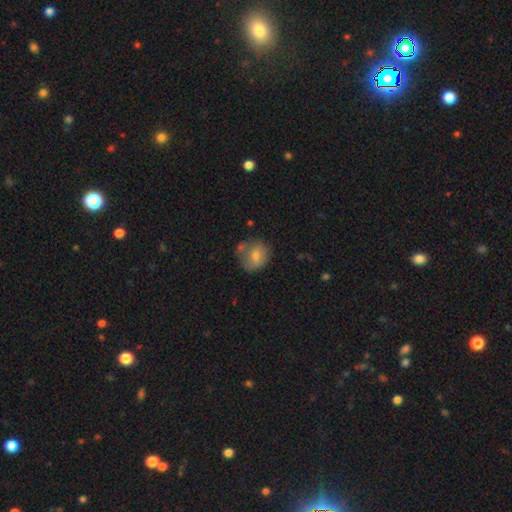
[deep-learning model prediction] Smooth or featured? smooth (67%)
How rounded? round (72%)
Merging? none (59%)